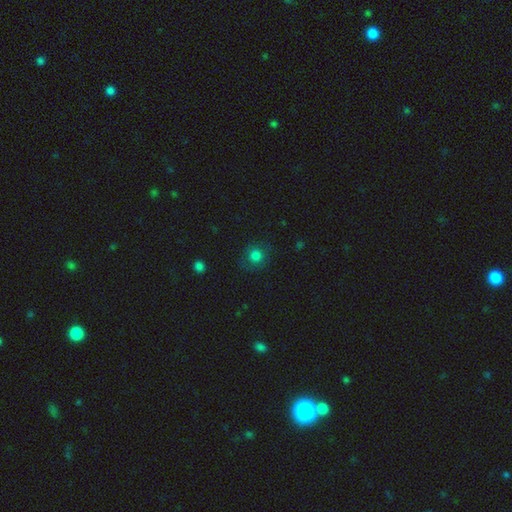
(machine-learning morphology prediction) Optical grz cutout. It shows a smooth galaxy with no disk features (78%) that is round (89%). Merging: none (79%).